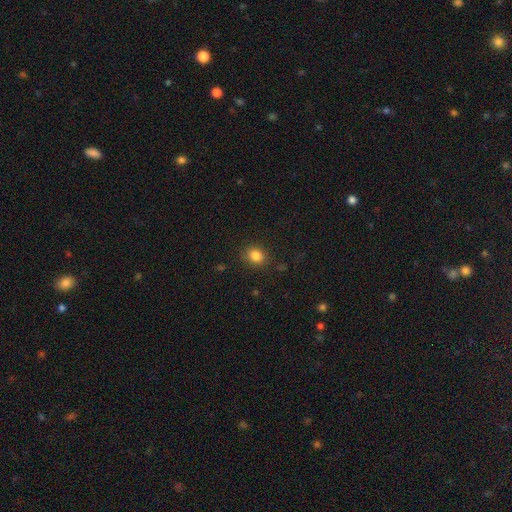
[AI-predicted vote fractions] Smooth or featured?
  - smooth: 84% *
  - star or artifact: 11%
  - featured or disk: 5%
How rounded?
  - round: 68% *
  - in between: 31%
  - cigar-shaped: 1%
Merging?
  - none: 87% *
  - minor disturbance: 9%
  - major disturbance: 3%
  - merger: 1%